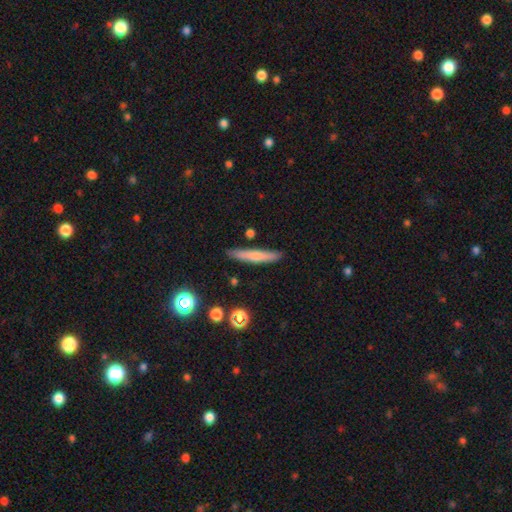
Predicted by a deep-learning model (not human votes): smooth-or-featured: smooth: 65% | featured or disk: 27% | star or artifact: 7%
  how-rounded: cigar-shaped: 93% | in between: 6% | round: 2%
  merging: none: 86% | minor disturbance: 10% | merger: 2% | major disturbance: 2%